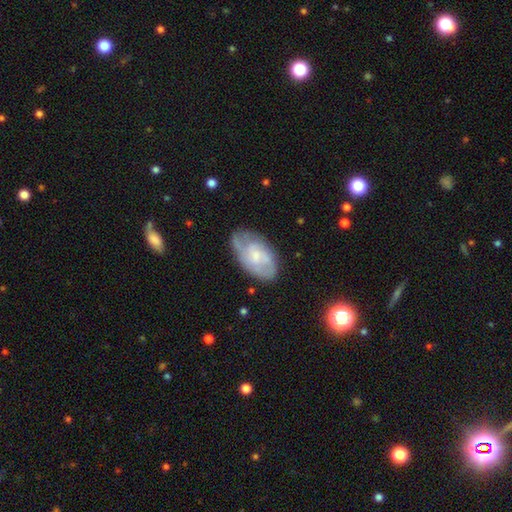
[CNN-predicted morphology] smooth-or-featured: featured or disk: 59% | smooth: 34% | star or artifact: 7%
  disk-edge-on: no: 95% | yes: 5%
    bar: no: 67% | weak: 29% | strong: 4%
    has-spiral-arms: yes: 76% | no: 24%
    bulge-size: small: 50% | moderate: 32% | none: 12% | large: 4% | dominant: 1%
  merging: none: 67% | minor disturbance: 23% | major disturbance: 8% | merger: 2%